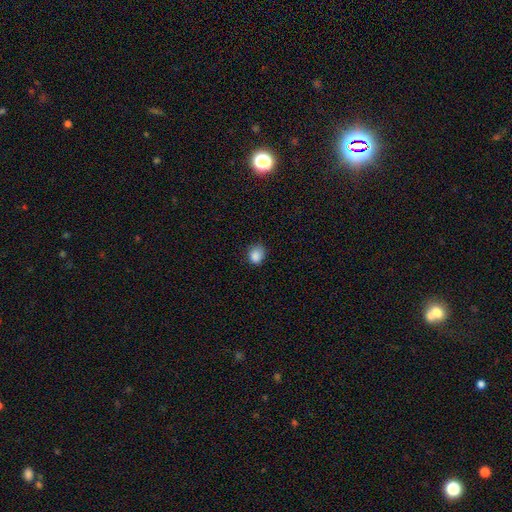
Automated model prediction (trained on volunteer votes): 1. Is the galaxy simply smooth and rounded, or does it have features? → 86% smooth, 10% star or artifact, 4% featured or disk.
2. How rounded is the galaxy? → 70% round, 29% in between, 1% cigar-shaped.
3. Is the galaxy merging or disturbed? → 74% none, 21% minor disturbance, 4% major disturbance, 1% merger.